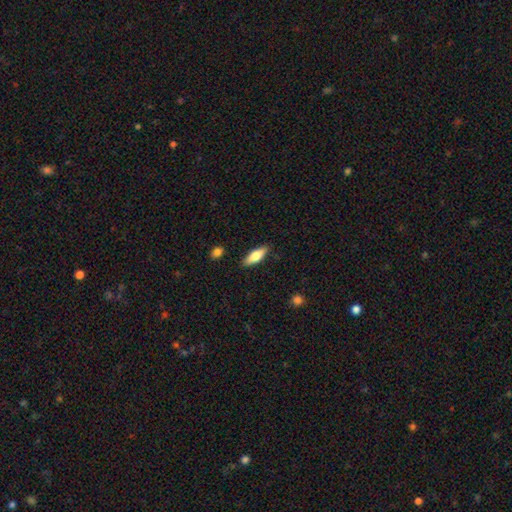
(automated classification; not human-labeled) Smooth or featured? smooth (74%)
How rounded? in between (59%)
Merging? none (86%)